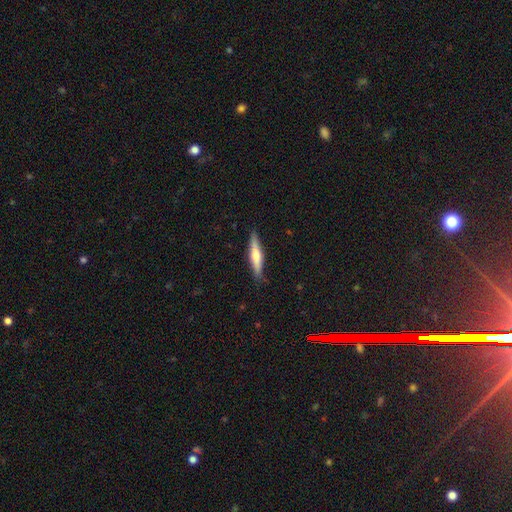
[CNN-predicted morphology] type=smooth (48%); merging=none (88%).